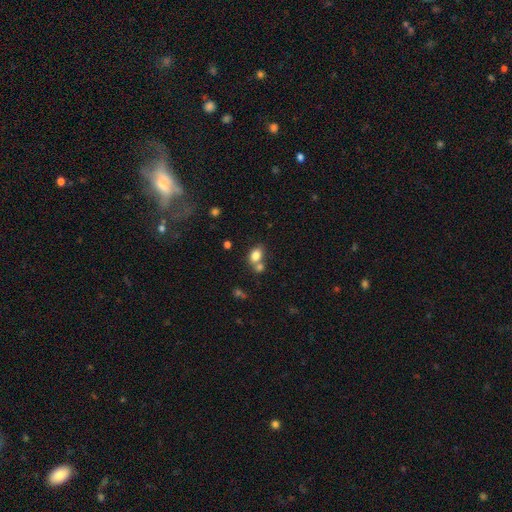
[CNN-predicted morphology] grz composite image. It shows a smooth galaxy with no disk features (80%) that is in between round and cigar-shaped (76%). Merging: none (46%).